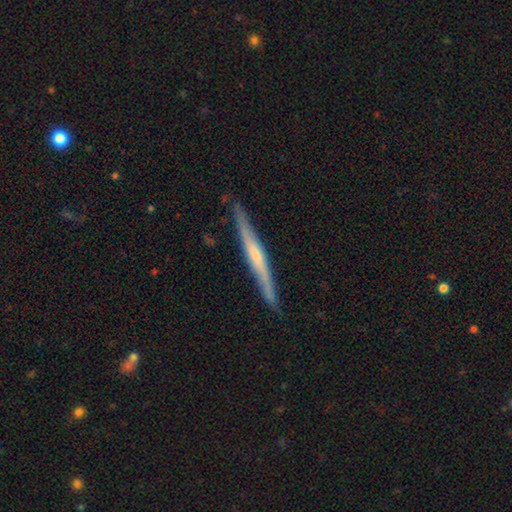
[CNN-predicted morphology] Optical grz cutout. It shows a featured or disk galaxy (69%) viewed edge-on (95%) with no central bulge (44%). Merging: none (86%).